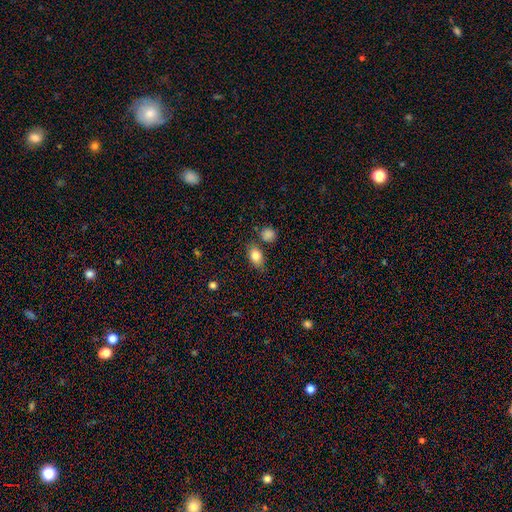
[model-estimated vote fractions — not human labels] Q: Smooth or featured?
A: smooth (81%); runner-up: featured or disk (10%)
Q: How rounded?
A: in between (79%); runner-up: round (18%)
Q: Merging?
A: none (75%); runner-up: minor disturbance (15%)